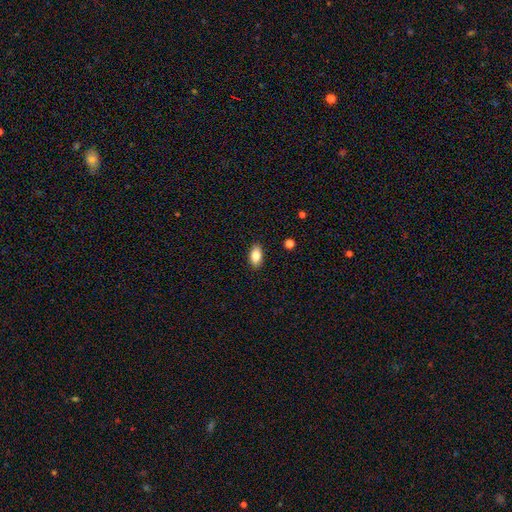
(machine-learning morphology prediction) This appears to be a smooth galaxy with no disk features (85%) that is in between round and cigar-shaped (91%). Merging: none (89%).